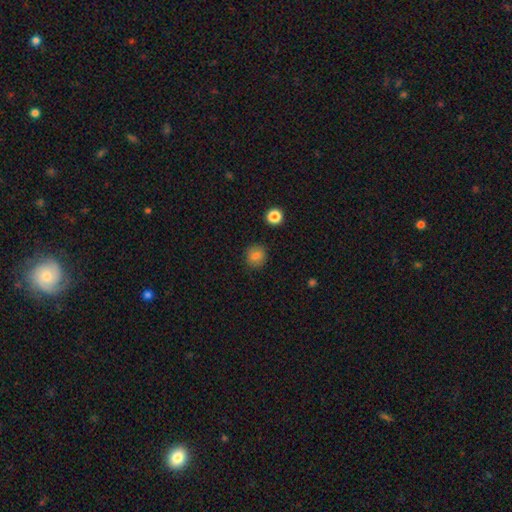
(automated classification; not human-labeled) A smooth galaxy with no disk features (83%) that is round (83%). Merging: none (87%).